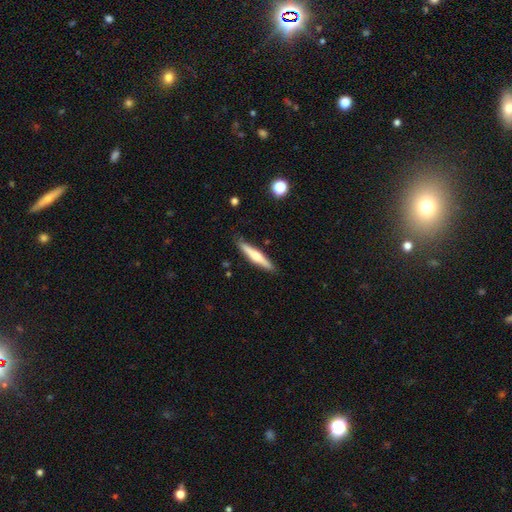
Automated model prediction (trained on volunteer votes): Smooth or featured: featured or disk — 48% (smooth — 47%)
Merging: none — 87% (minor disturbance — 9%)